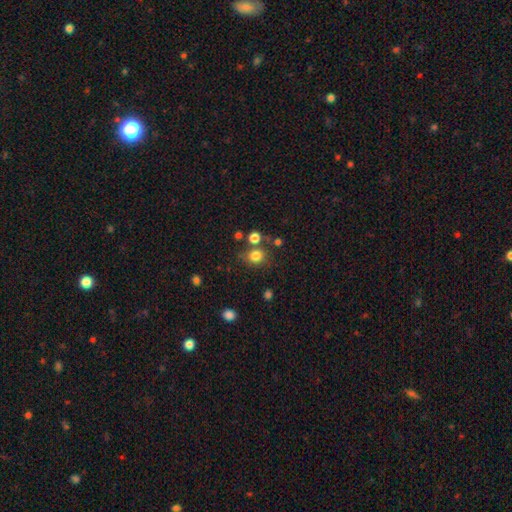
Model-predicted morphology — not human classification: Q: Smooth or featured?
A: smooth (80%); runner-up: star or artifact (13%)
Q: How rounded?
A: round (80%); runner-up: in between (19%)
Q: Merging?
A: none (69%); runner-up: merger (13%)